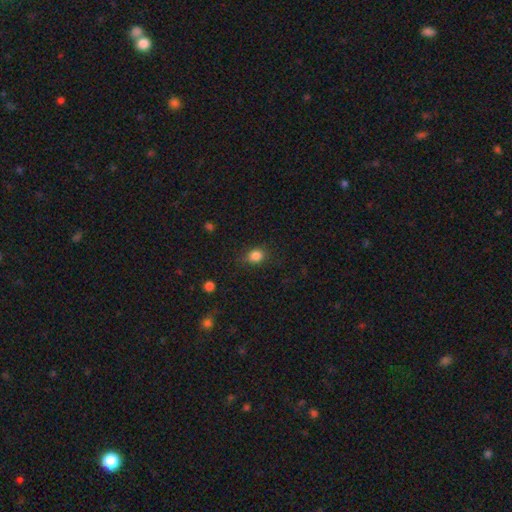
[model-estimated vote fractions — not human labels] smooth_or_featured: smooth (p=0.84) [alt: star or artifact p=0.11]
how_rounded: round (p=0.58) [alt: in between p=0.40]
merging: none (p=0.76) [alt: minor disturbance p=0.17]